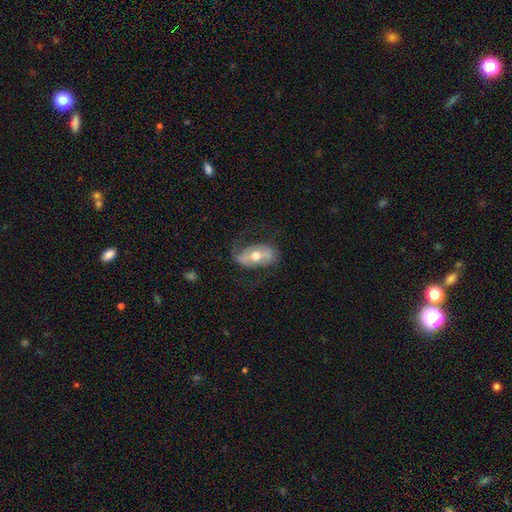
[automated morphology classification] A featured or disk galaxy (66%) with no bar (42%), spiral arms (78%) and a moderate central bulge (77%). Merging: none (63%).